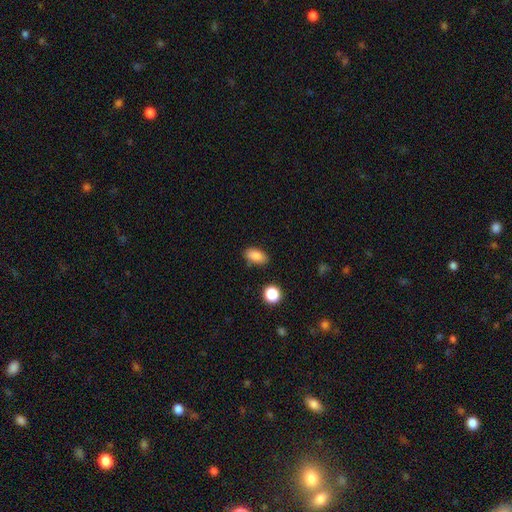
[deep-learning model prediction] Overall: smooth (86%). How rounded: in between (89%). Merging: none (82%).